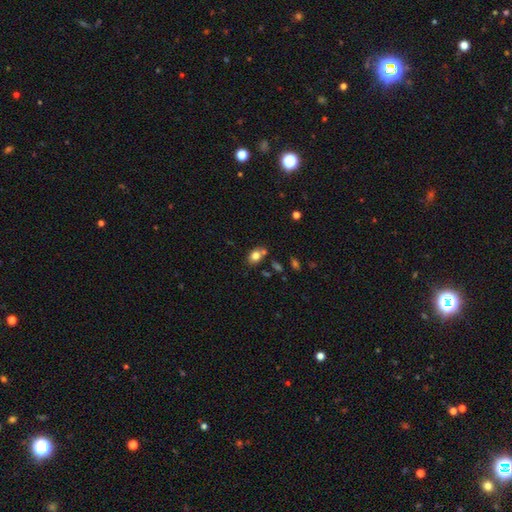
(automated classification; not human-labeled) smooth_or_featured: smooth (p=0.79) [alt: star or artifact p=0.11]
how_rounded: in between (p=0.63) [alt: round p=0.36]
merging: none (p=0.63) [alt: merger p=0.18]